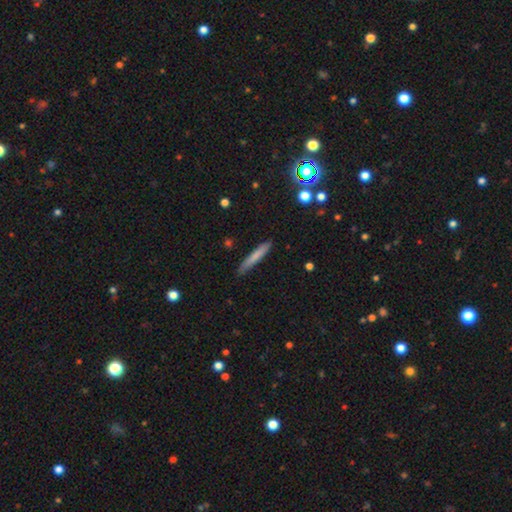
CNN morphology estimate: Q: Smooth or featured?
A: smooth (71%); runner-up: featured or disk (22%)
Q: How rounded?
A: cigar-shaped (94%); runner-up: in between (4%)
Q: Merging?
A: none (84%); runner-up: minor disturbance (12%)